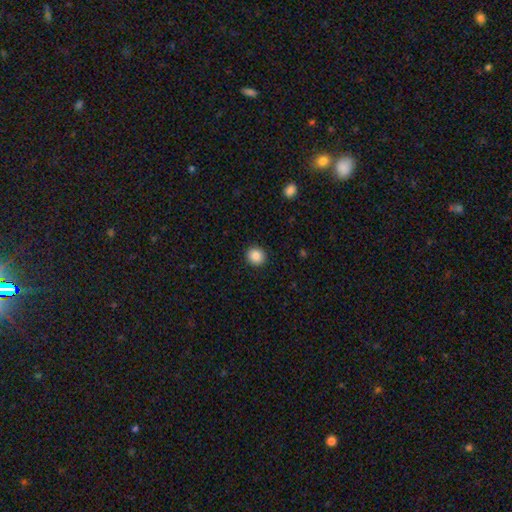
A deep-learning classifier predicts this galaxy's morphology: smooth_or_featured: smooth (p=0.87) [alt: star or artifact p=0.09]
how_rounded: round (p=0.90) [alt: in between p=0.09]
merging: none (p=0.92) [alt: minor disturbance p=0.06]